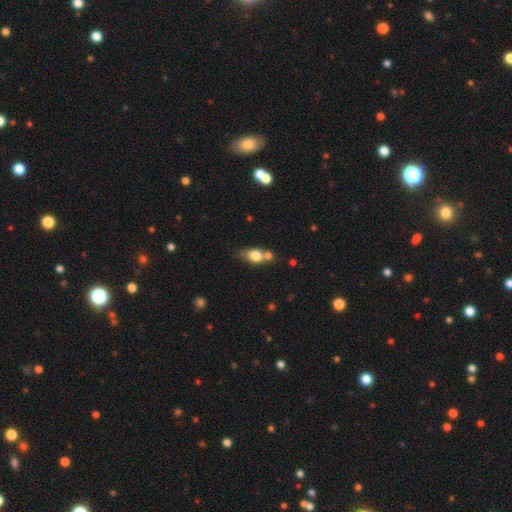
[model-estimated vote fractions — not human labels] This appears to be a smooth galaxy with no disk features (76%) that is in between round and cigar-shaped (70%). Merging: none (42%).